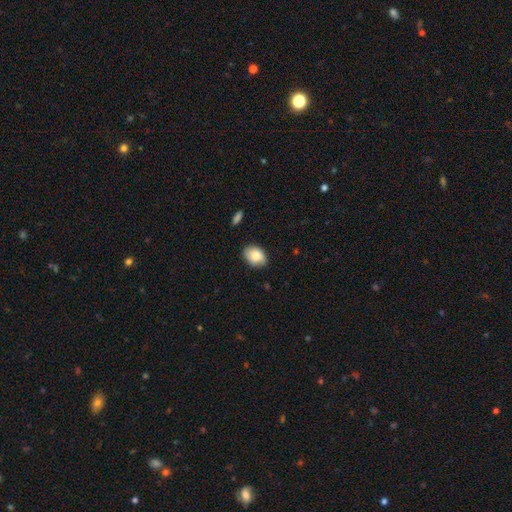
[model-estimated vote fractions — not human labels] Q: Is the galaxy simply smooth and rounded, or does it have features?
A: smooth — 82%.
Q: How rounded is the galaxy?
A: in between — 72%.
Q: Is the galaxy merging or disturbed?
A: none — 76%.